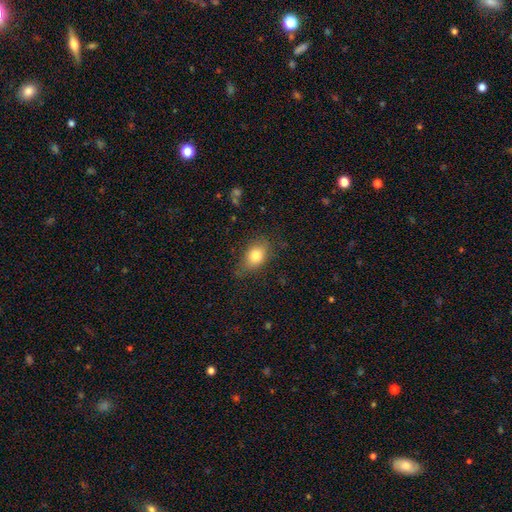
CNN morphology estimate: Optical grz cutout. It shows a smooth galaxy with no disk features (80%) that is in between round and cigar-shaped (77%). Merging: none (72%).